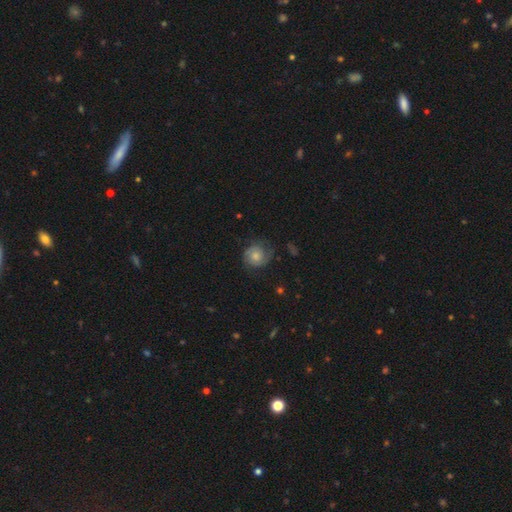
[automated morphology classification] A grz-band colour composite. It shows a featured or disk galaxy (49%). Merging: none (64%).